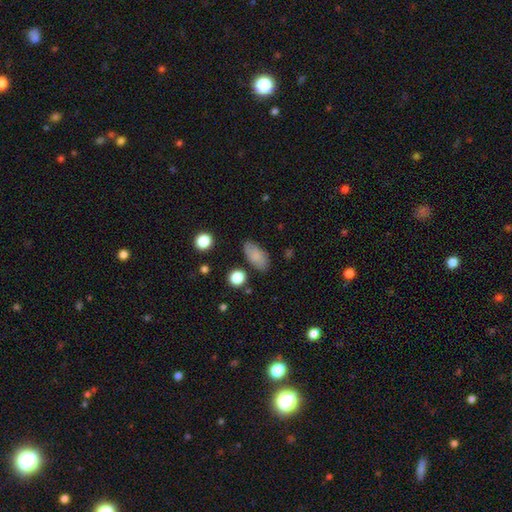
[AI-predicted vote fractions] Smooth or featured: smooth — 82% (featured or disk — 10%)
How rounded: in between — 89% (cigar-shaped — 7%)
Merging: none — 77% (minor disturbance — 16%)